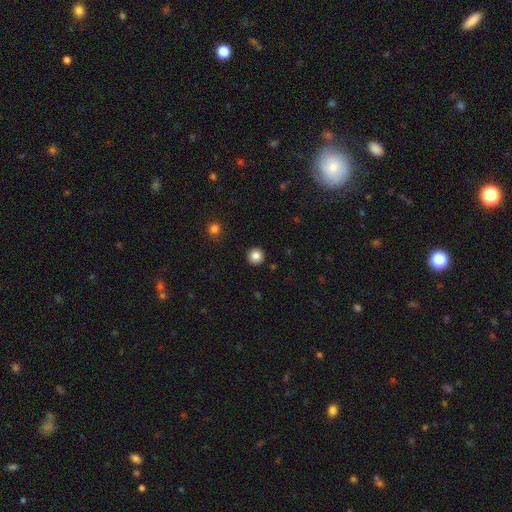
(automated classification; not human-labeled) Morphology: type=smooth (85%); roundness=round (95%); merging=none (93%).